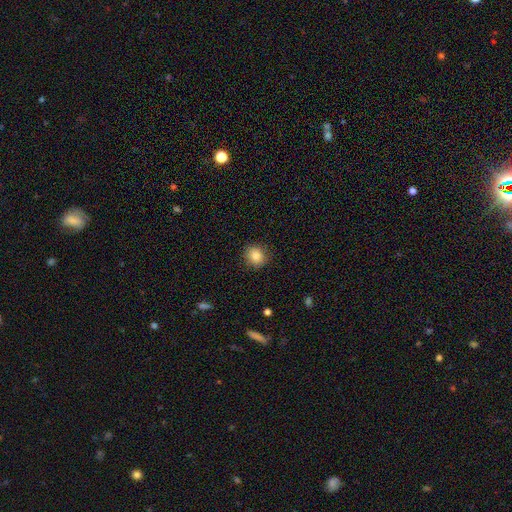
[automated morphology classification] A smooth galaxy with no disk features (85%) that is round (83%).

Vote fractions:
- Smooth or featured? smooth: 85% / star or artifact: 10% / featured or disk: 5%
- How rounded? round: 83% / in between: 16% / cigar-shaped: 1%
- Merging? none: 88% / minor disturbance: 9% / major disturbance: 3% / merger: 1%